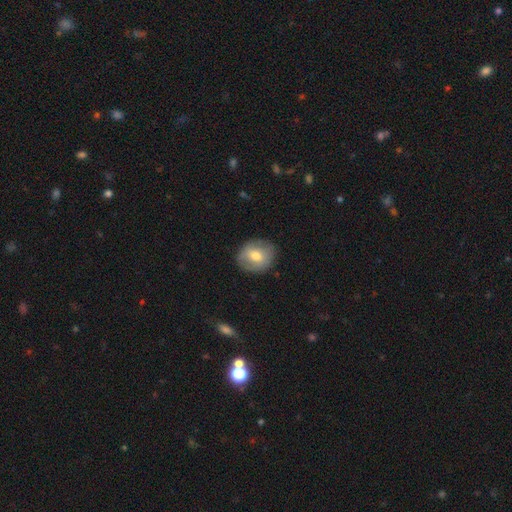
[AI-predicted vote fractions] A smooth galaxy with no disk features (63%) that is round (73%). Merging: none (83%).